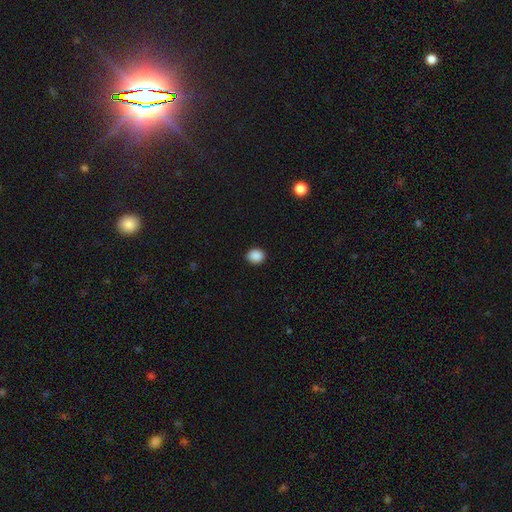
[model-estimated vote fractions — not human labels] Overall: smooth (89%). How rounded: round (63%; in between 36%). Merging: none (90%).